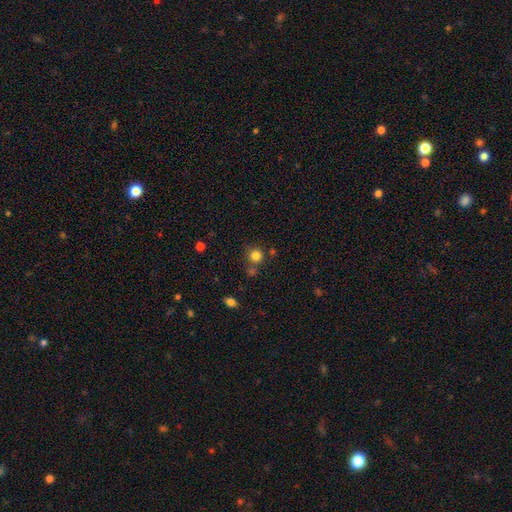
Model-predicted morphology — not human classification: A smooth galaxy with no disk features (82%) that is round (92%).

Vote fractions:
- Smooth or featured? smooth: 82% / star or artifact: 13% / featured or disk: 5%
- How rounded? round: 92% / in between: 7% / cigar-shaped: 1%
- Merging? none: 74% / merger: 13% / minor disturbance: 10% / major disturbance: 4%